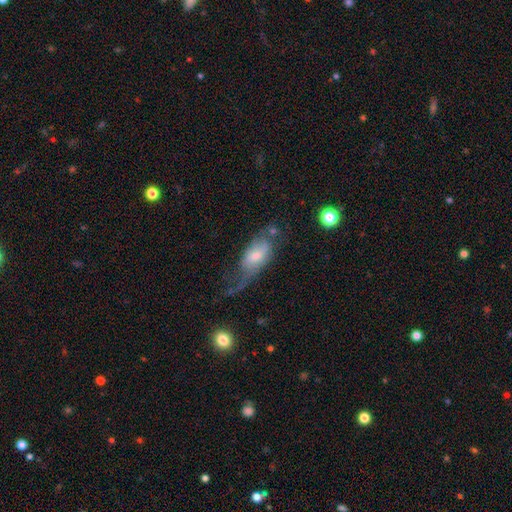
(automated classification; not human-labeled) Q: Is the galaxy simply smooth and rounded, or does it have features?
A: smooth — 47%.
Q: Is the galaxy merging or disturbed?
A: major disturbance — 40%.